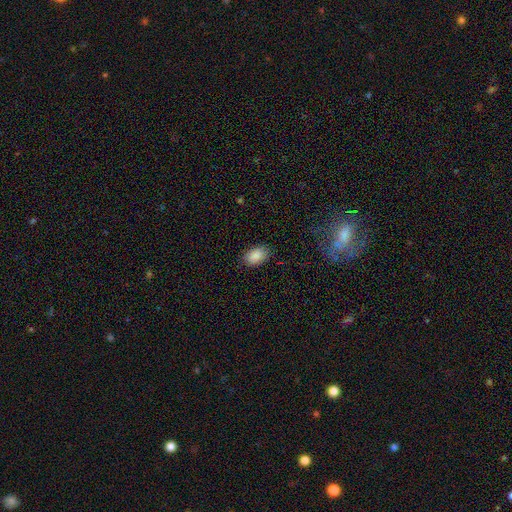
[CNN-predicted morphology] A smooth galaxy with no disk features (89%) that is in between round and cigar-shaped (88%). Merging: none (85%).